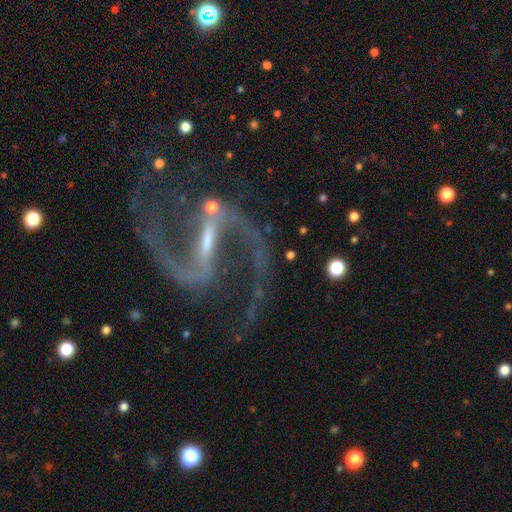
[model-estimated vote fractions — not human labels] Q: Smooth or featured?
A: featured or disk (93%); runner-up: star or artifact (5%)
Q: Edge-on disk?
A: no (98%); runner-up: yes (2%)
Q: Bar?
A: strong (58%); runner-up: weak (33%)
Q: Spiral arms?
A: yes (98%); runner-up: no (2%)
Q: Spiral winding?
A: medium (47%); runner-up: loose (44%)
Q: Spiral arm count?
A: 2 (95%); runner-up: can't tell (1%)
Q: Bulge size?
A: small (67%); runner-up: moderate (17%)
Q: Merging?
A: none (75%); runner-up: minor disturbance (14%)